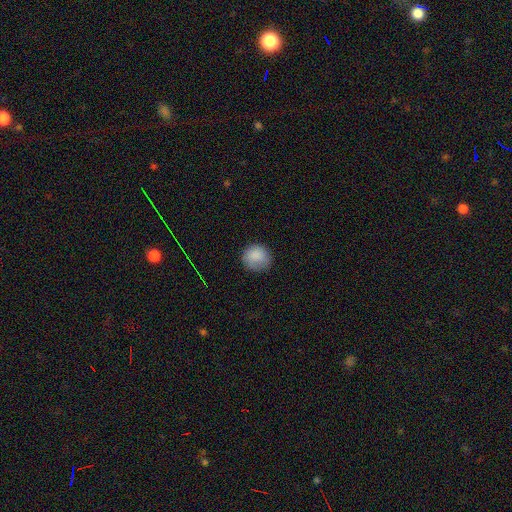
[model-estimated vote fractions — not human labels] Morphology: type=smooth (86%); roundness=round (89%); merging=none (79%).